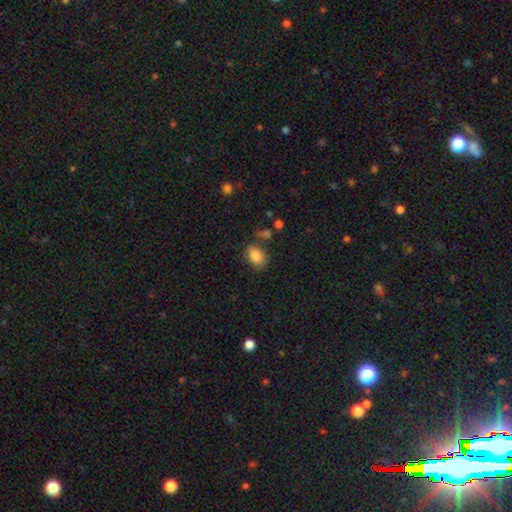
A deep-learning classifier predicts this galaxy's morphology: Smooth or featured: smooth — 85% (star or artifact — 9%)
How rounded: in between — 84% (round — 15%)
Merging: none — 72% (minor disturbance — 17%)